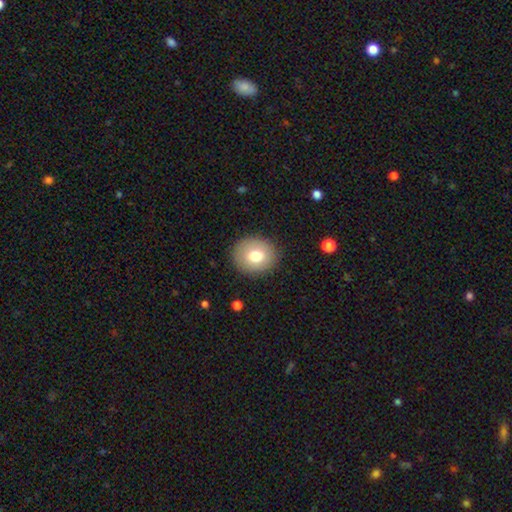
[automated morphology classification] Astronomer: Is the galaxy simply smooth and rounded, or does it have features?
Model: smooth — 76%.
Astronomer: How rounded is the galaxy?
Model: round — 74%.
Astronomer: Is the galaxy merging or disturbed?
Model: none — 88%.